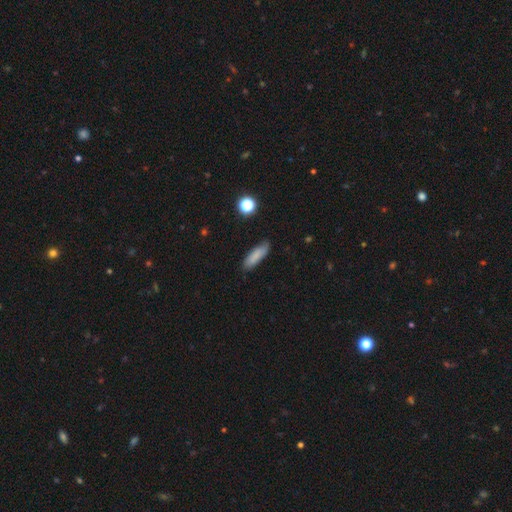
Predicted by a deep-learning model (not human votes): This appears to be a smooth galaxy with no disk features (80%) that is cigar-shaped (52%). Merging: none (78%).